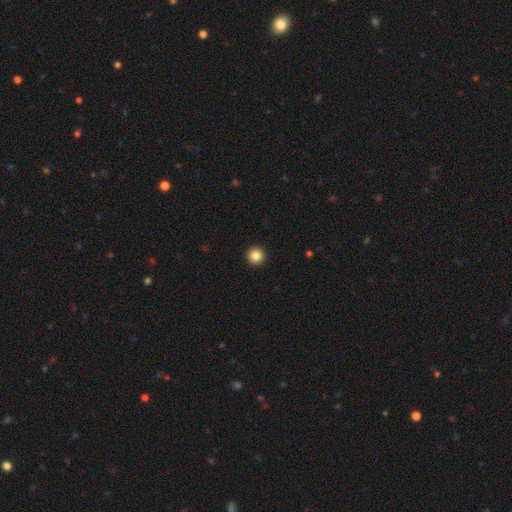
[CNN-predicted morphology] smooth_or_featured: smooth (p=0.85) [alt: star or artifact p=0.10]
how_rounded: round (p=0.96) [alt: in between p=0.03]
merging: none (p=0.94) [alt: minor disturbance p=0.03]